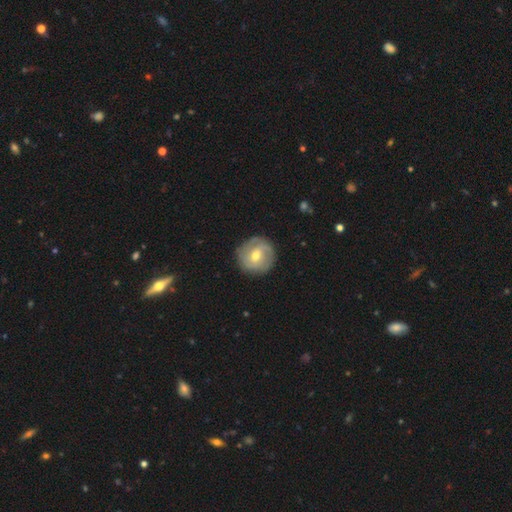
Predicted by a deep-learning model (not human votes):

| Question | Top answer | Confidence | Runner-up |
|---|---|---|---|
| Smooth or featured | featured or disk | 66% | smooth (28%) |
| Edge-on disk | no | 97% | yes (3%) |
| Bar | weak | 45% | no (43%) |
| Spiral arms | yes | 83% | no (17%) |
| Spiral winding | tight | 55% | medium (32%) |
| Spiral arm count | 2 | 41% | can't tell (27%) |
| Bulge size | moderate | 65% | small (31%) |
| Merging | none | 84% | minor disturbance (12%) |